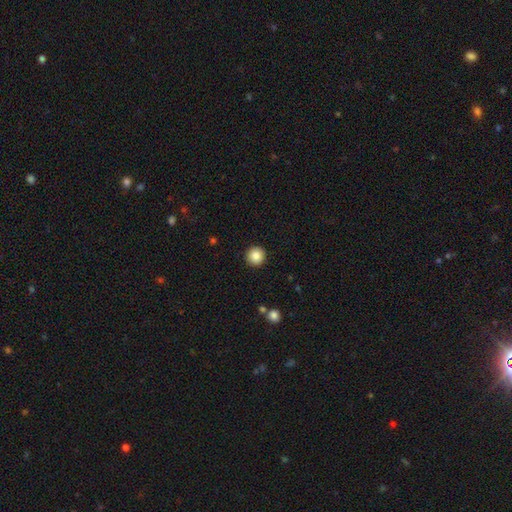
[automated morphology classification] Q: Smooth or featured?
A: smooth (86%); runner-up: star or artifact (9%)
Q: How rounded?
A: round (96%); runner-up: in between (3%)
Q: Merging?
A: none (93%); runner-up: minor disturbance (4%)